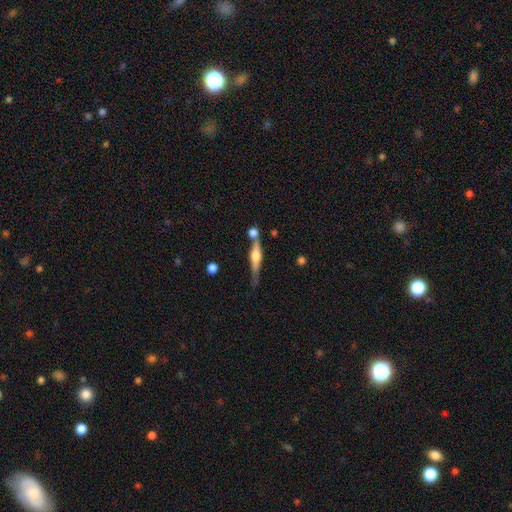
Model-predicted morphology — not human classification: A featured or disk galaxy (70%) viewed edge-on (96%) with a rounded central bulge (88%).

Vote fractions:
- Smooth or featured? featured or disk: 70% / smooth: 23% / star or artifact: 6%
- Edge-on disk? yes: 96% / no: 4%
- Edge-on bulge? rounded: 88% / boxy: 8% / none: 3%
- Merging? none: 64% / merger: 17% / minor disturbance: 15% / major disturbance: 4%